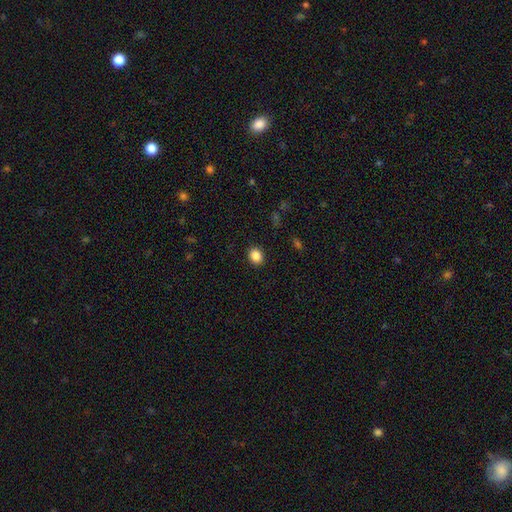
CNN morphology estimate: smooth-or-featured: smooth: 87% | star or artifact: 10% | featured or disk: 4%
  how-rounded: round: 59% | in between: 41% | cigar-shaped: 1%
  merging: none: 90% | minor disturbance: 7% | major disturbance: 2% | merger: 1%